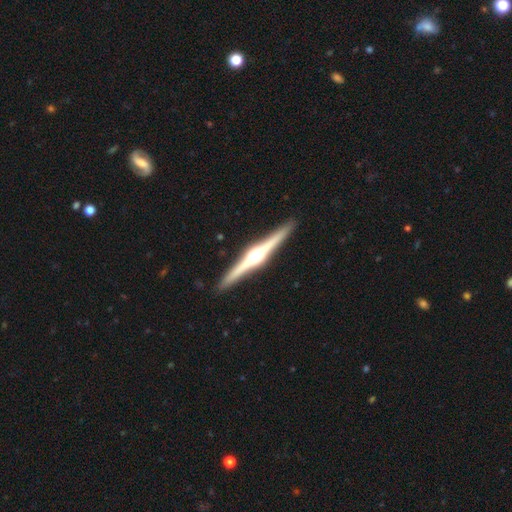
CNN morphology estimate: type=featured or disk (85%); edge-on=yes (99%); edge-on bulge=rounded (94%); merging=none (92%).